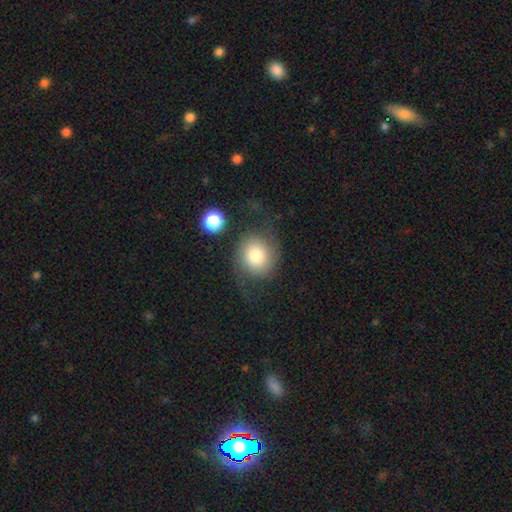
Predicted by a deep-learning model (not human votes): Morphology: type=smooth (65%); roundness=round (78%); merging=none (62%).